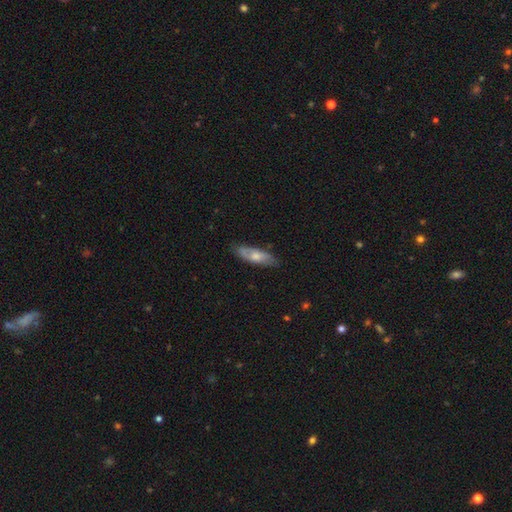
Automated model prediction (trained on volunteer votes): smooth 57%, featured or disk 38%, star or artifact 6%. Down the decision tree: how rounded — in between (56%); merging — none (74%).